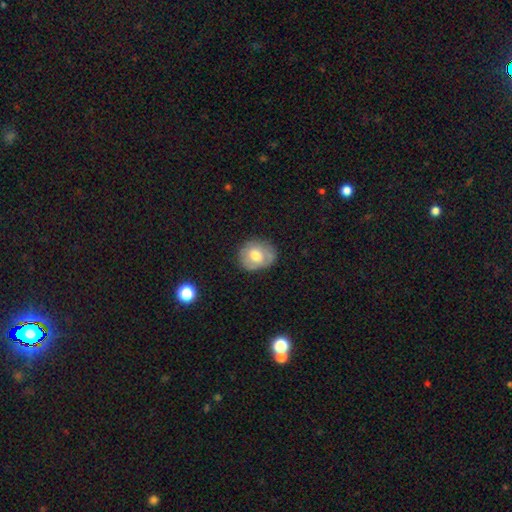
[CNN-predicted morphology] smooth_or_featured: smooth (p=0.59) [alt: featured or disk p=0.33]
how_rounded: round (p=0.61) [alt: in between p=0.38]
merging: none (p=0.73) [alt: minor disturbance p=0.20]